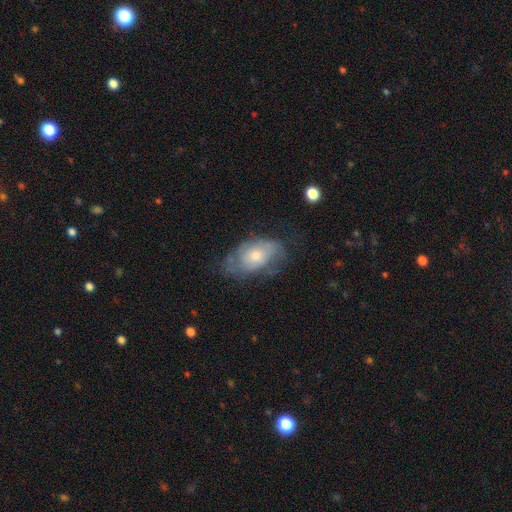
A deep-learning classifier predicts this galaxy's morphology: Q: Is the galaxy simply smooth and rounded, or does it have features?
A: featured or disk — 50%.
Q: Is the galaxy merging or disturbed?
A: none — 55%.